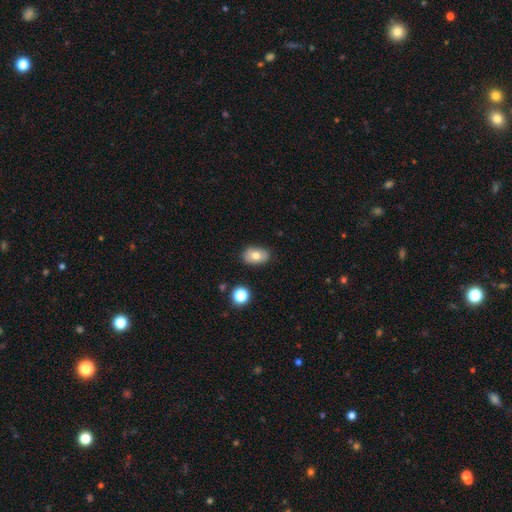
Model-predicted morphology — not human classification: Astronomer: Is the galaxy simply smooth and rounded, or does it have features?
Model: smooth — 74%.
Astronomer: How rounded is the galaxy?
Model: in between — 85%.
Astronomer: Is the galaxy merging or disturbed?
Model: none — 84%.